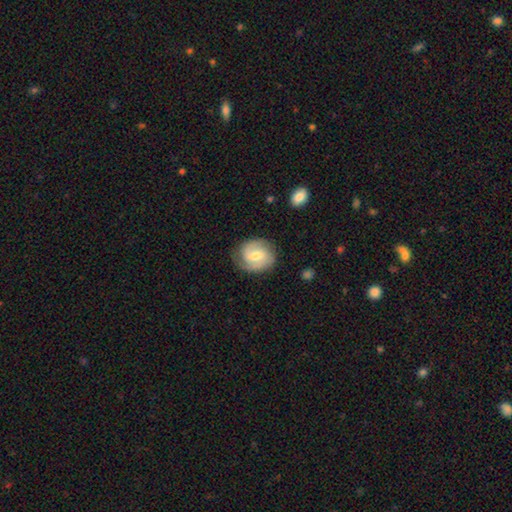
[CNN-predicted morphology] featured or disk 71%, smooth 23%, star or artifact 6%. Down the decision tree: edge-on disk — no (98%); bar — weak (56%); spiral arms — yes (93%); spiral arm count — 2 (77%); spiral winding — medium (46%); bulge size — moderate (55%); merging — none (79%).